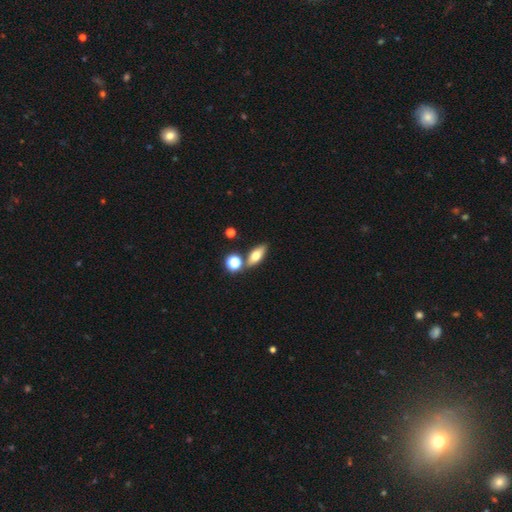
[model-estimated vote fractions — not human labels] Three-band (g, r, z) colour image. It shows a smooth galaxy with no disk features (65%) that is in between round and cigar-shaped (70%). Merging: none (74%).